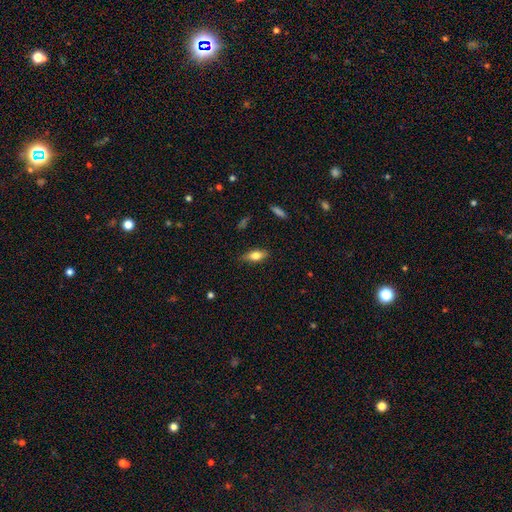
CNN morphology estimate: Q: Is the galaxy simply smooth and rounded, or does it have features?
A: smooth — 71%.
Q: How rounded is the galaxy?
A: in between — 74%.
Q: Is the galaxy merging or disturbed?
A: none — 77%.